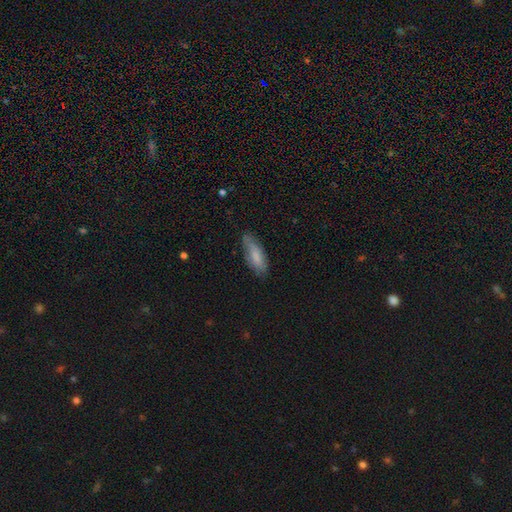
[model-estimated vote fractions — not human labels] Smooth or featured?
  - smooth: 77% *
  - featured or disk: 17%
  - star or artifact: 6%
How rounded?
  - in between: 62% *
  - cigar-shaped: 36%
  - round: 2%
Merging?
  - none: 74% *
  - minor disturbance: 21%
  - major disturbance: 4%
  - merger: 1%